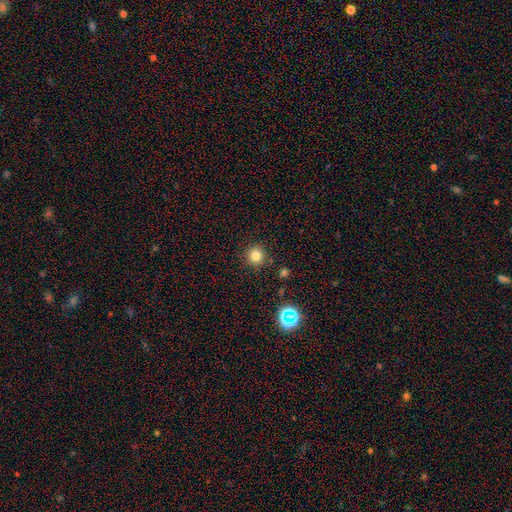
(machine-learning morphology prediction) Smooth or featured? smooth (81%)
How rounded? round (93%)
Merging? none (89%)